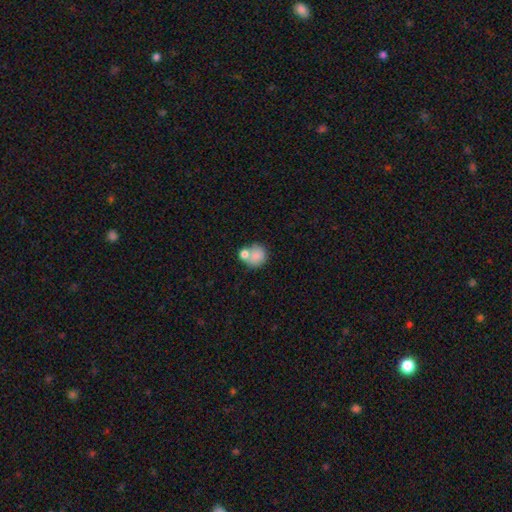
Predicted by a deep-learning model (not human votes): Smooth or featured: smooth — 80% (featured or disk — 11%)
How rounded: round — 83% (in between — 16%)
Merging: none — 48% (merger — 35%)